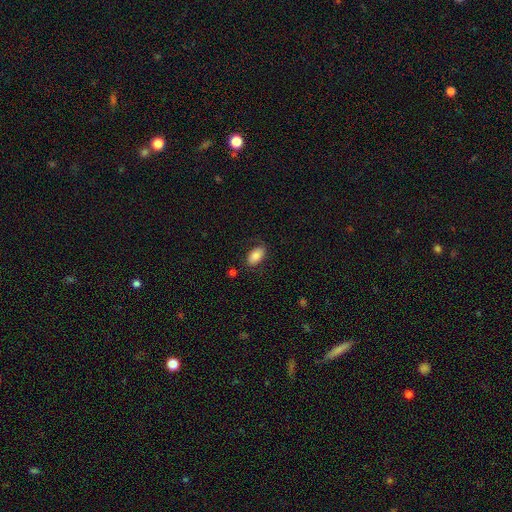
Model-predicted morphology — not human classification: This is clearly a smooth galaxy (81%). How rounded: clearly in between (93%). Merging: likely none (74%).